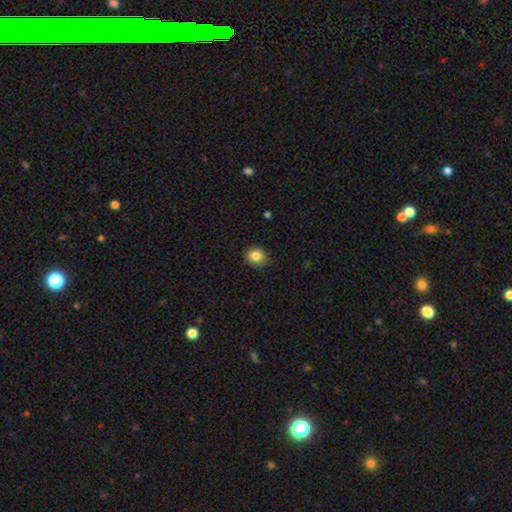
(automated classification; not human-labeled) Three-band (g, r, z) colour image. It shows a smooth galaxy with no disk features (85%) that is round (70%). Merging: none (87%).